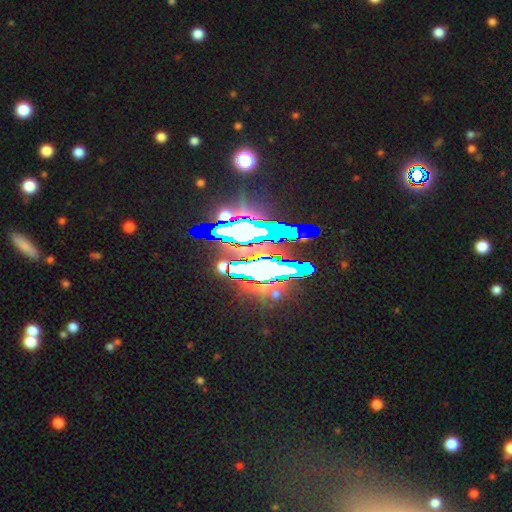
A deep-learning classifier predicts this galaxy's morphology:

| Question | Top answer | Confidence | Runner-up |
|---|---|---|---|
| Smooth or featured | star or artifact | 78% | featured or disk (13%) |